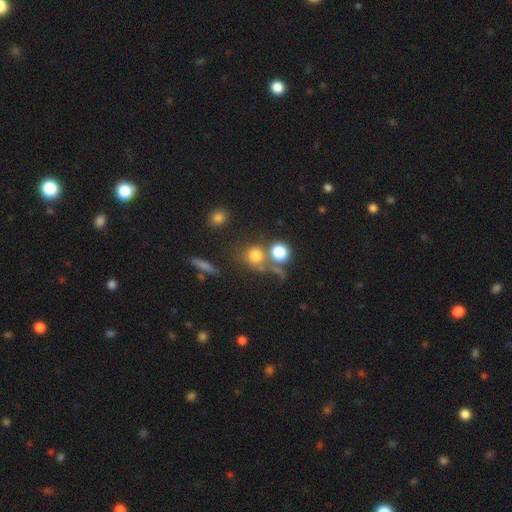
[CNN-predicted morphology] smooth-or-featured: smooth: 73% | star or artifact: 15% | featured or disk: 11%
  how-rounded: round: 84% | in between: 14% | cigar-shaped: 2%
  merging: none: 52% | merger: 30% | minor disturbance: 11% | major disturbance: 7%